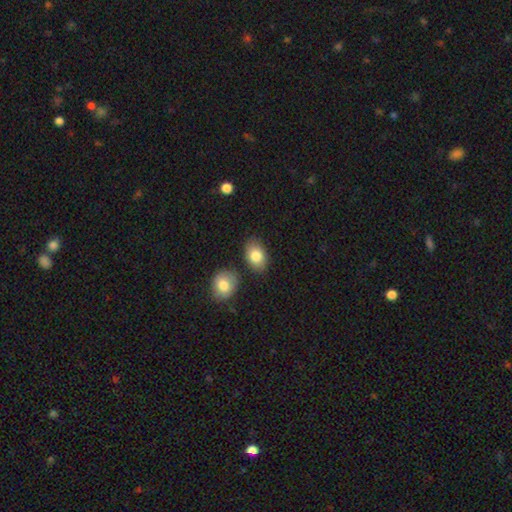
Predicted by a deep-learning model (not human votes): This appears to be a smooth galaxy with no disk features (83%) that is in between round and cigar-shaped (84%). Merging: none (77%).